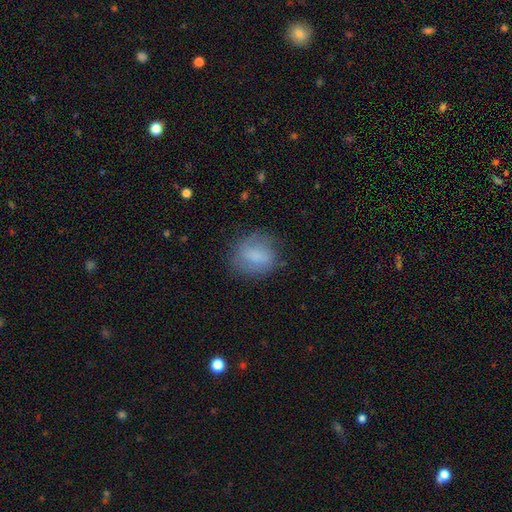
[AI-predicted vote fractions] A smooth galaxy with no disk features (66%) that is round (58%).

Vote fractions:
- Smooth or featured? smooth: 66% / featured or disk: 26% / star or artifact: 9%
- How rounded? round: 58% / in between: 40% / cigar-shaped: 2%
- Merging? none: 70% / minor disturbance: 20% / major disturbance: 9% / merger: 1%